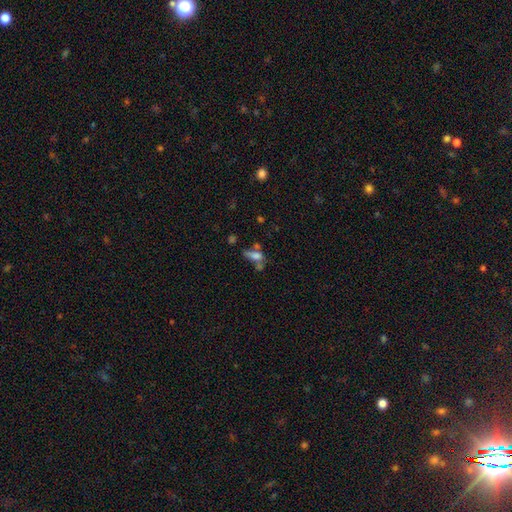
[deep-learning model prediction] Smooth or featured: smooth — 60% (featured or disk — 24%)
How rounded: in between — 68% (cigar-shaped — 24%)
Merging: none — 32% (tied with merger — 32%)